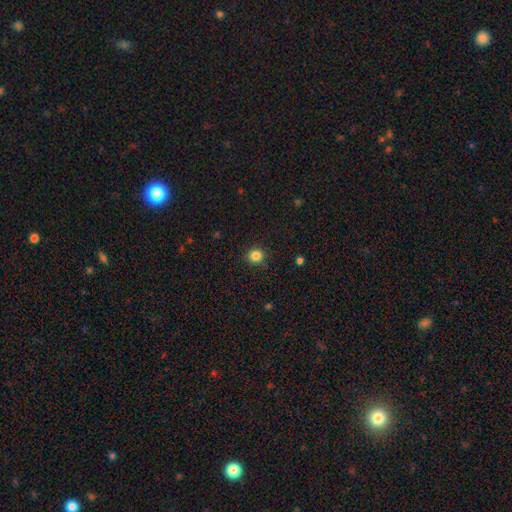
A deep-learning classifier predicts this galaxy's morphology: type=smooth (84%); roundness=round (89%); merging=none (88%).